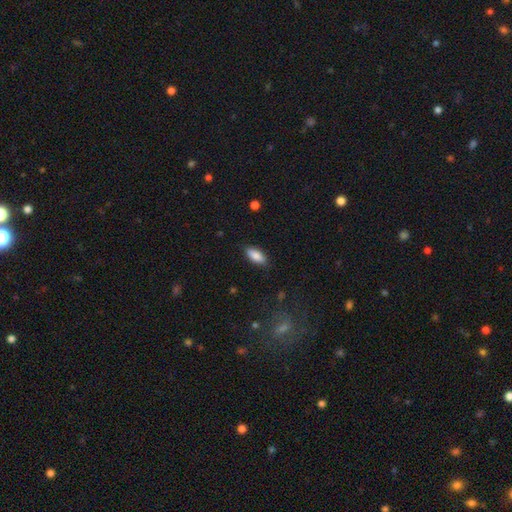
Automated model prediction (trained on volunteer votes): Smooth or featured: smooth — 85% (featured or disk — 8%)
How rounded: in between — 84% (cigar-shaped — 14%)
Merging: none — 85% (minor disturbance — 11%)